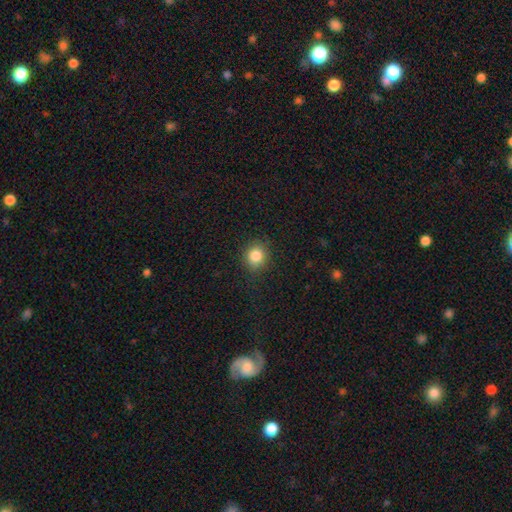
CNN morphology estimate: smooth_or_featured: smooth (p=0.84) [alt: star or artifact p=0.11]
how_rounded: round (p=0.80) [alt: in between p=0.19]
merging: none (p=0.87) [alt: minor disturbance p=0.09]